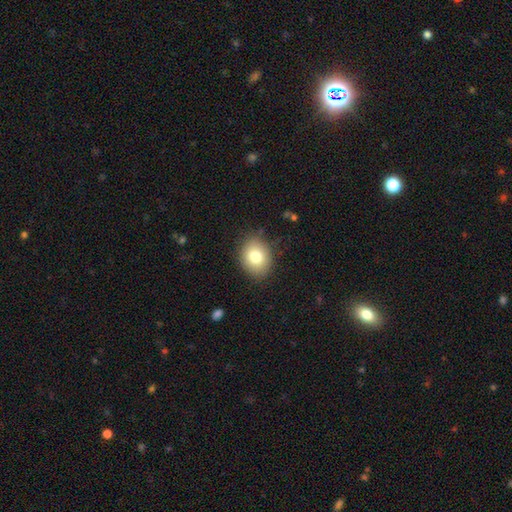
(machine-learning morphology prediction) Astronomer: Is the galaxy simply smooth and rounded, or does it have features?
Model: smooth — 77%.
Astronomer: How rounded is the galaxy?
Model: round — 55% (runner-up: in between, 44%).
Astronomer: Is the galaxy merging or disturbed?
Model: none — 89%.